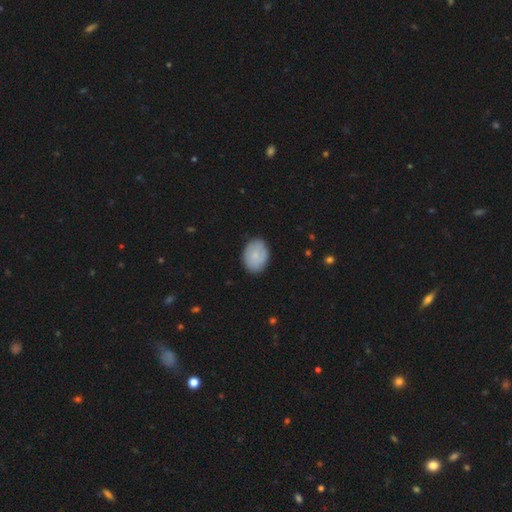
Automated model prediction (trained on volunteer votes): A smooth galaxy with no disk features (71%) that is in between round and cigar-shaped (67%). Merging: none (84%).